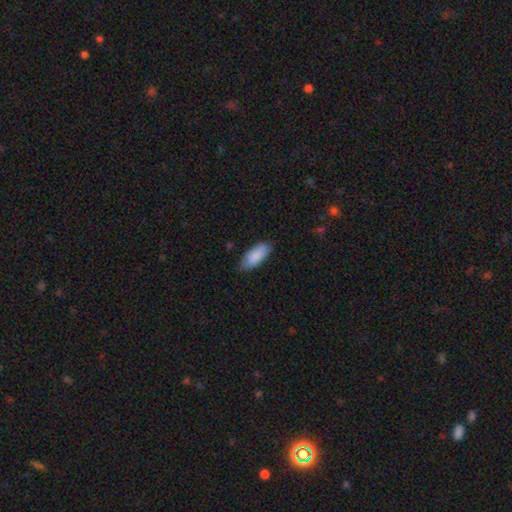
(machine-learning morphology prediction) smooth 88%, featured or disk 6%, star or artifact 6%. Down the decision tree: how rounded — in between (85%); merging — none (81%).